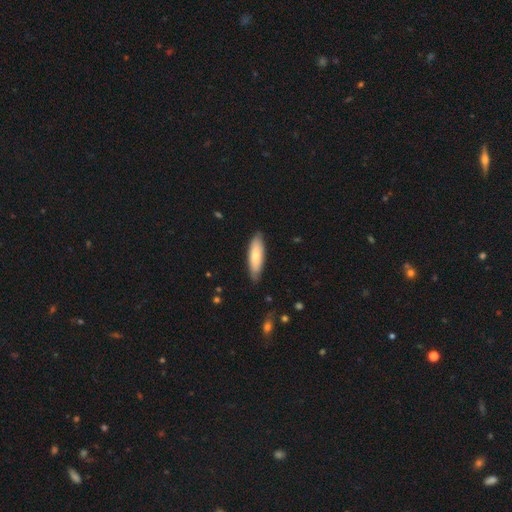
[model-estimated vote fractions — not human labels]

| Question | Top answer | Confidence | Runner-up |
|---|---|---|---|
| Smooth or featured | smooth | 70% | featured or disk (25%) |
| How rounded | in between | 49% | tied: cigar-shaped (49%) |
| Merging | none | 83% | minor disturbance (14%) |